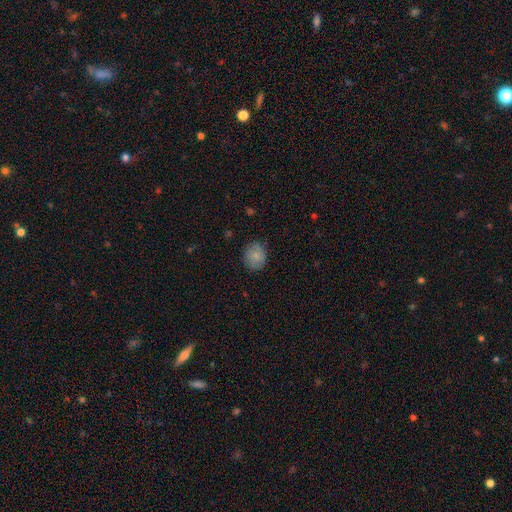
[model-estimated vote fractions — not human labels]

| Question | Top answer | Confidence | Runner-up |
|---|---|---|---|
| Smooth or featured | smooth | 80% | featured or disk (12%) |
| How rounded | round | 67% | in between (32%) |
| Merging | none | 82% | minor disturbance (14%) |